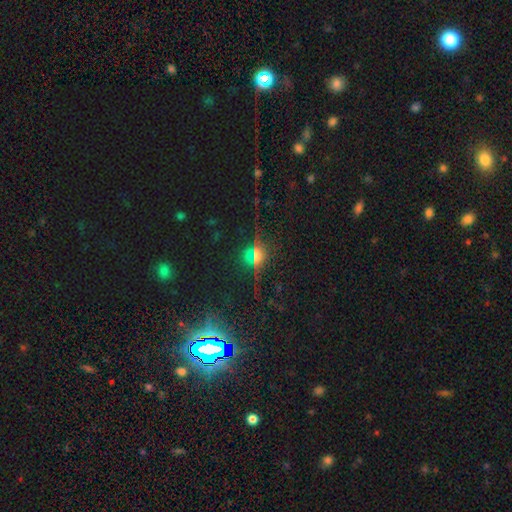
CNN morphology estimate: Overall: star or artifact (55%; smooth 25%).